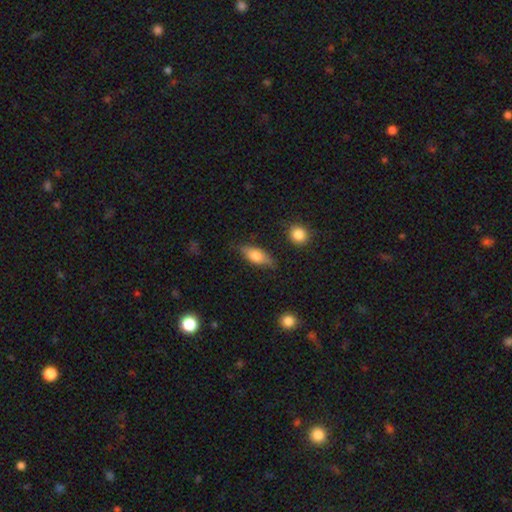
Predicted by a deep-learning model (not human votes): smooth 68%, featured or disk 25%, star or artifact 7%. Down the decision tree: how rounded — in between (78%); merging — none (74%).